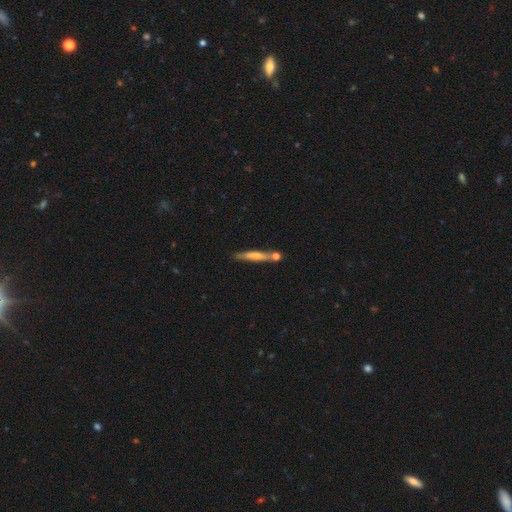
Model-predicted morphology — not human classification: The model was most divided on "smooth or featured": smooth: 53%, featured or disk: 40%, star or artifact: 7%. More confident: how rounded — cigar-shaped (93%); merging — none (68%).